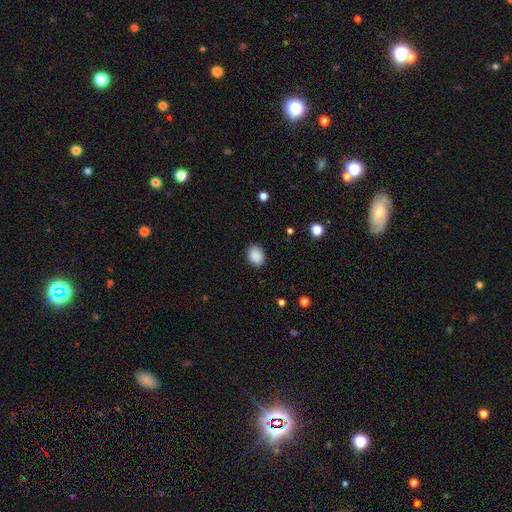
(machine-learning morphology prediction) This appears to be a smooth galaxy with no disk features (89%) that is in between round and cigar-shaped (67%). Merging: none (88%).